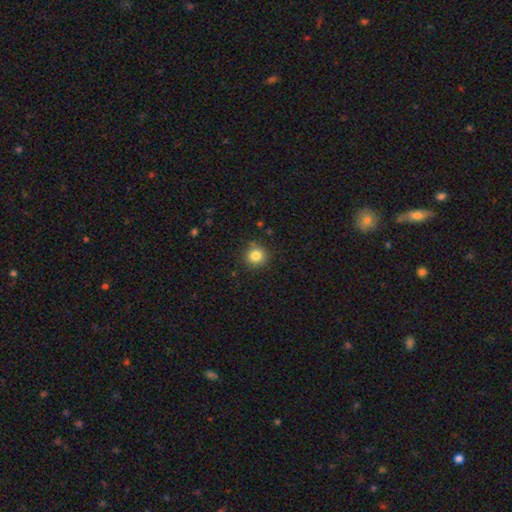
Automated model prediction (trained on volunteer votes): Q: Smooth or featured?
A: smooth (83%); runner-up: star or artifact (12%)
Q: How rounded?
A: round (93%); runner-up: in between (6%)
Q: Merging?
A: none (87%); runner-up: minor disturbance (9%)